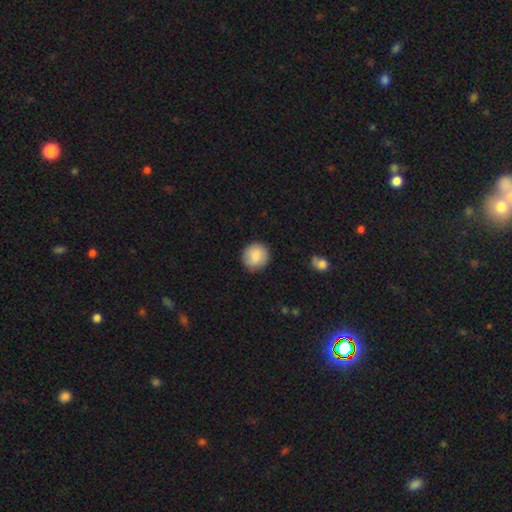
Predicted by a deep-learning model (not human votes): A smooth galaxy with no disk features (85%) that is round (89%).

Vote fractions:
- Smooth or featured? smooth: 85% / featured or disk: 9% / star or artifact: 7%
- How rounded? round: 89% / in between: 10% / cigar-shaped: 1%
- Merging? none: 87% / minor disturbance: 10% / major disturbance: 2% / merger: 1%